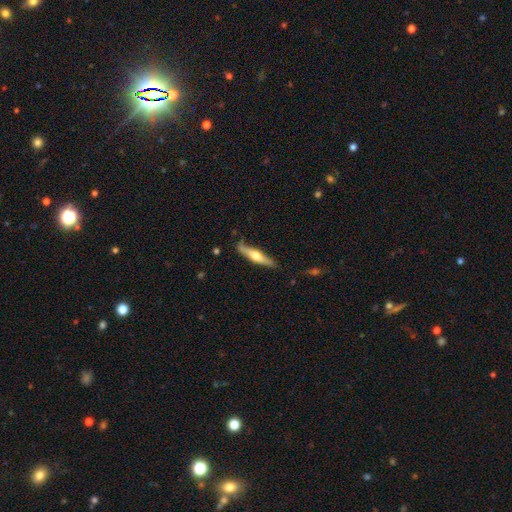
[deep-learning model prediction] Morphology: type=featured or disk (55%); edge-on=yes (94%); edge-on bulge=rounded (89%); merging=none (81%).